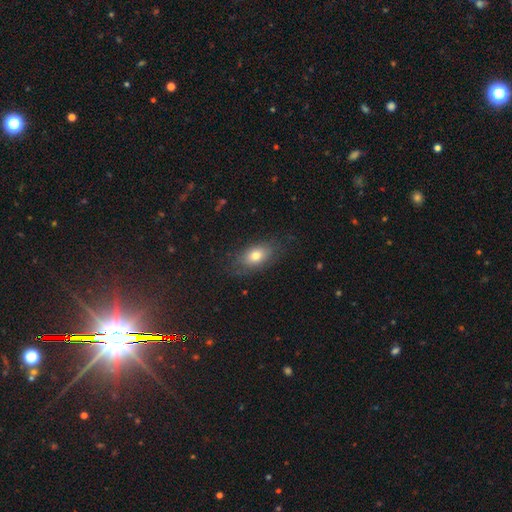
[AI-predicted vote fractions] A smooth galaxy with no disk features (74%) that is in between round and cigar-shaped (85%).

Vote fractions:
- Smooth or featured? smooth: 74% / featured or disk: 17% / star or artifact: 9%
- How rounded? in between: 85% / round: 11% / cigar-shaped: 4%
- Merging? none: 77% / minor disturbance: 16% / major disturbance: 6% / merger: 1%